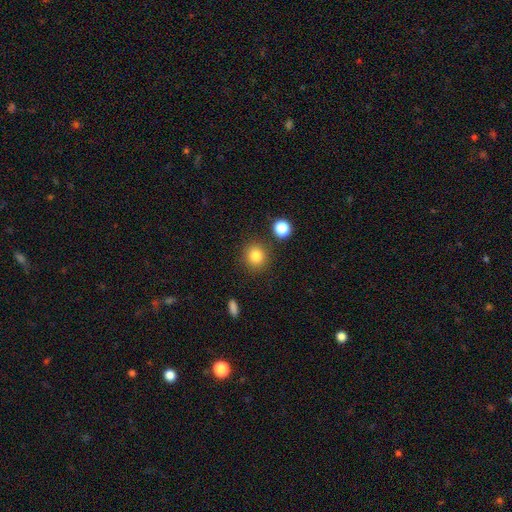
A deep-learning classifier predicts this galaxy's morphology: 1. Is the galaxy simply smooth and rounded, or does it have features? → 83% smooth, 11% star or artifact, 6% featured or disk.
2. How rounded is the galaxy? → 89% round, 10% in between, 1% cigar-shaped.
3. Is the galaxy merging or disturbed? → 86% none, 7% minor disturbance, 4% merger, 3% major disturbance.